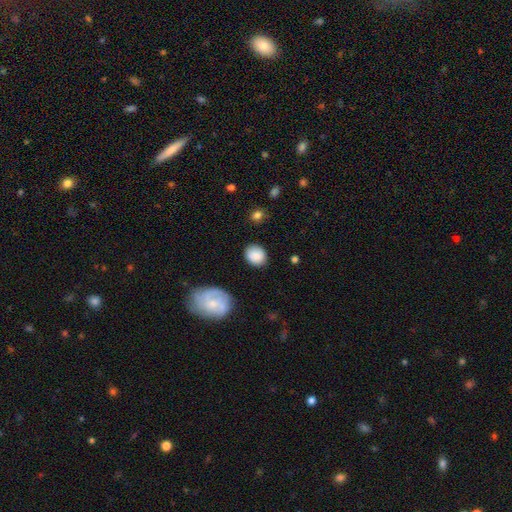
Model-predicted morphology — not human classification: type=smooth (84%); roundness=round (62%); merging=none (84%).